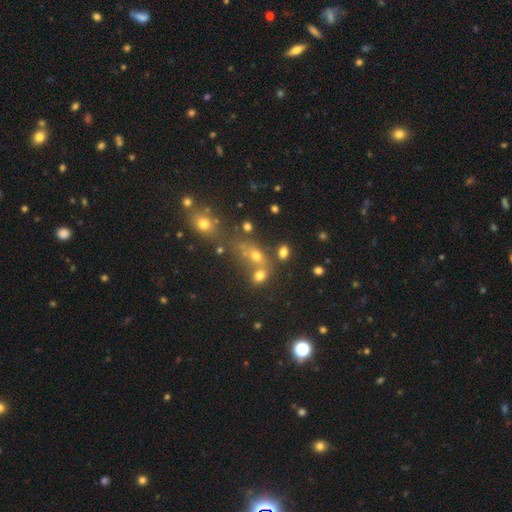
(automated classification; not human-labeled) smooth_or_featured: smooth (p=0.61) [alt: star or artifact p=0.22]
how_rounded: in between (p=0.54) [alt: round p=0.40]
merging: merger (p=0.42) [alt: none p=0.39]